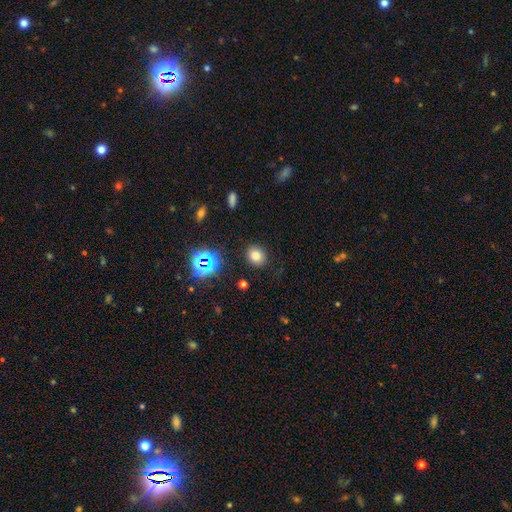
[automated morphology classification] A smooth galaxy with no disk features (75%) that is round (70%). Merging: none (87%).